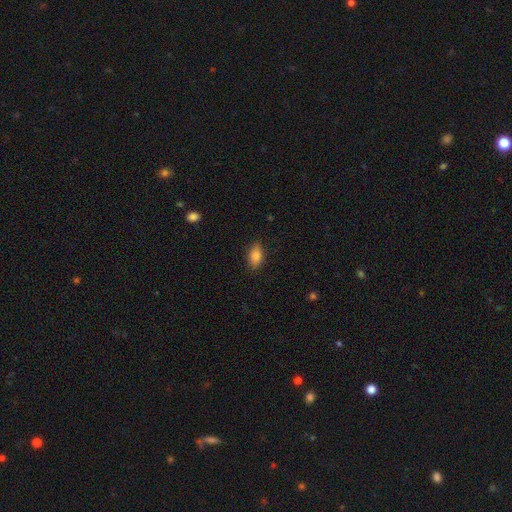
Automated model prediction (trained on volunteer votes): Smooth or featured?
  - smooth: 85% *
  - star or artifact: 8%
  - featured or disk: 7%
How rounded?
  - in between: 90% *
  - round: 7%
  - cigar-shaped: 4%
Merging?
  - none: 86% *
  - minor disturbance: 11%
  - major disturbance: 2%
  - merger: 1%